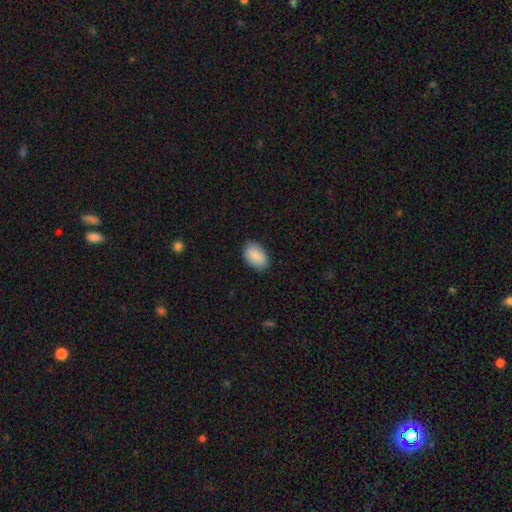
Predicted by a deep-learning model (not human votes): Smooth or featured? Predicted: smooth (p=0.89). How rounded? Predicted: in between (p=0.90). Merging? Predicted: none (p=0.86).